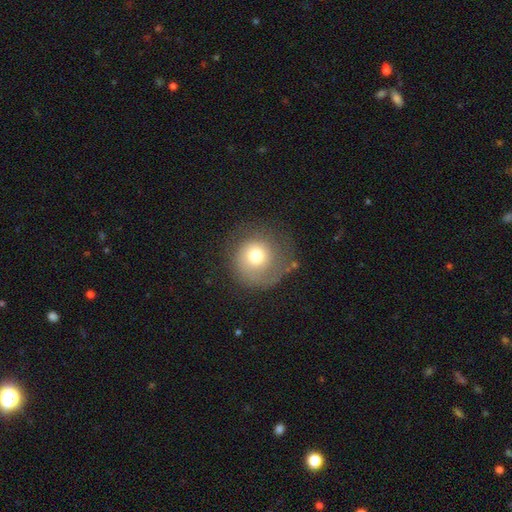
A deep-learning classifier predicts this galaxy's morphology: smooth 66%, featured or disk 24%, star or artifact 10%. Down the decision tree: how rounded — round (92%); merging — none (59%).